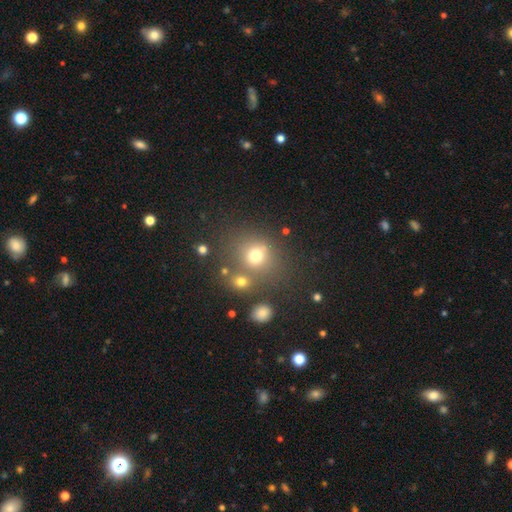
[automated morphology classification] Smooth or featured? smooth (71%)
How rounded? round (77%)
Merging? none (62%)